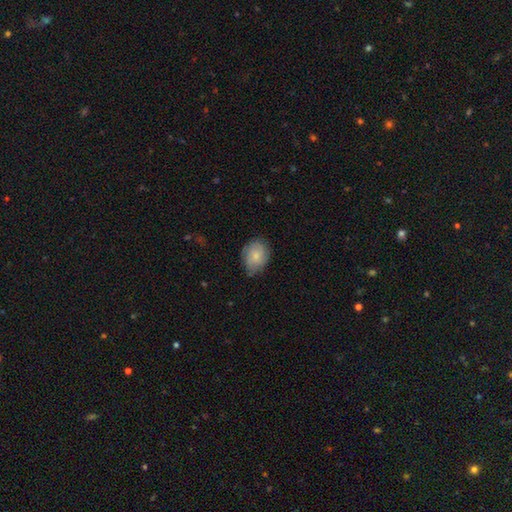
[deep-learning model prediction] A smooth galaxy with no disk features (73%) that is in between round and cigar-shaped (55%). Merging: none (66%).